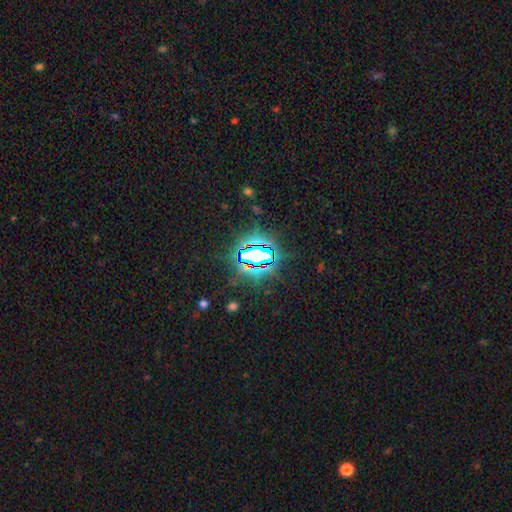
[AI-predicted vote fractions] Smooth or featured? star or artifact (79%)